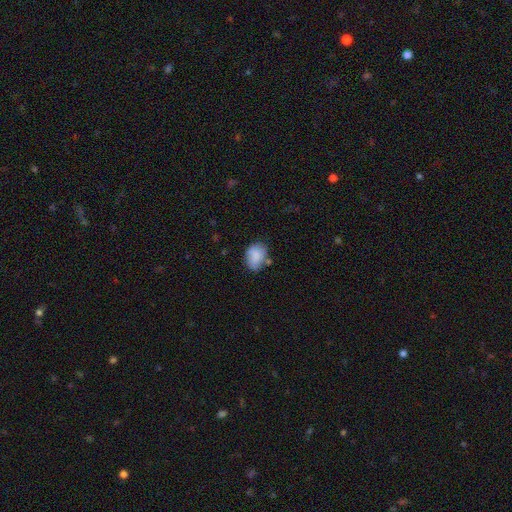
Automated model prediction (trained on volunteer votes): Morphology: type=smooth (82%); roundness=in between (71%); merging=none (58%).